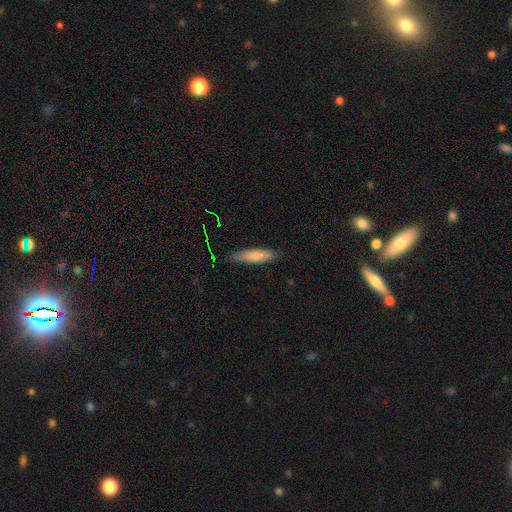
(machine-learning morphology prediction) Smooth or featured: smooth — 76% (featured or disk — 18%)
How rounded: cigar-shaped — 79% (in between — 19%)
Merging: none — 86% (minor disturbance — 11%)